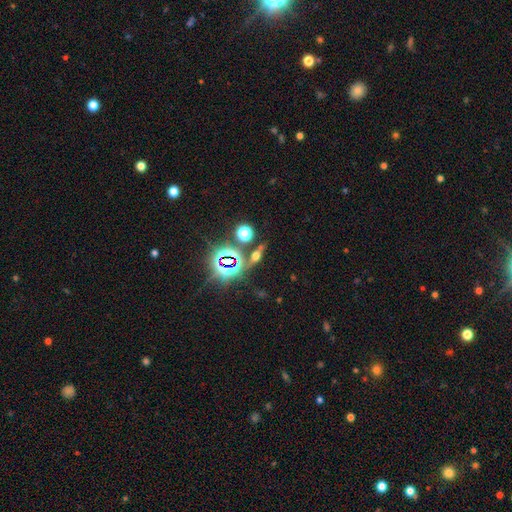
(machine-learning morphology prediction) Smooth or featured: star or artifact — 43% (featured or disk — 30%)